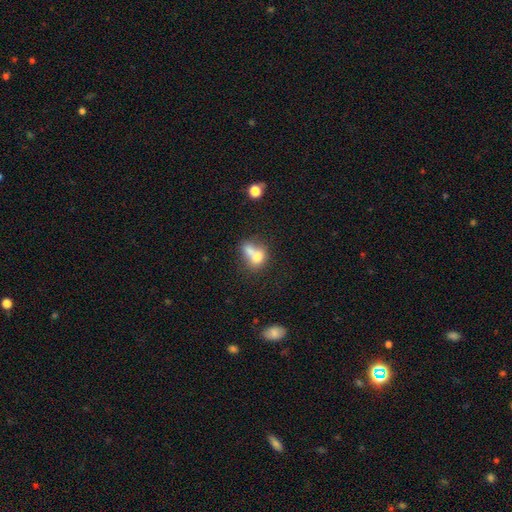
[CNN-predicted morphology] This is likely a smooth galaxy (70%). How rounded: possibly in between (56%). Merging: likely merger (62%).